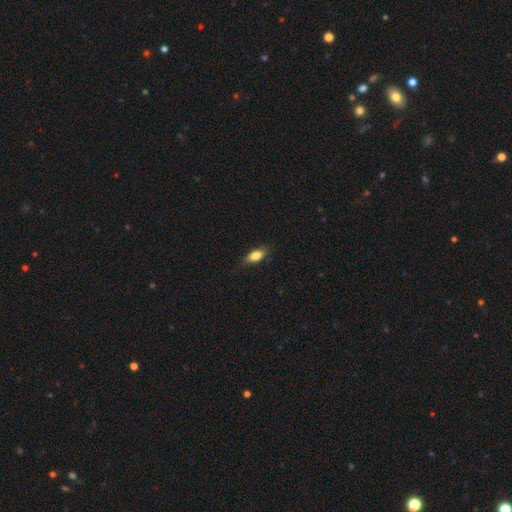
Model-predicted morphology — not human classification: type=smooth (81%); roundness=in between (81%); merging=none (75%).